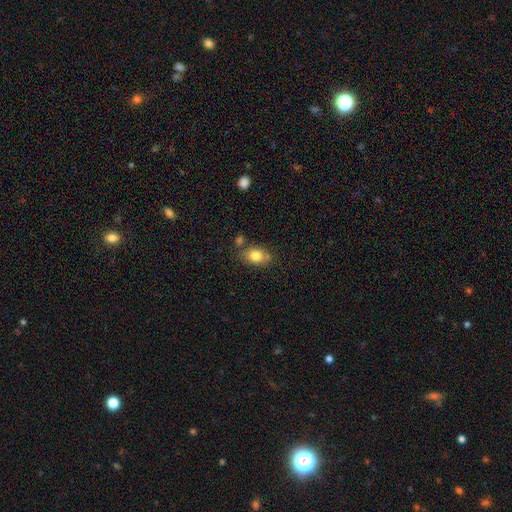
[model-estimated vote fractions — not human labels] Smooth or featured?
  - smooth: 80% *
  - featured or disk: 11%
  - star or artifact: 9%
How rounded?
  - in between: 72% *
  - round: 27%
  - cigar-shaped: 2%
Merging?
  - none: 69% *
  - minor disturbance: 16%
  - merger: 12%
  - major disturbance: 4%